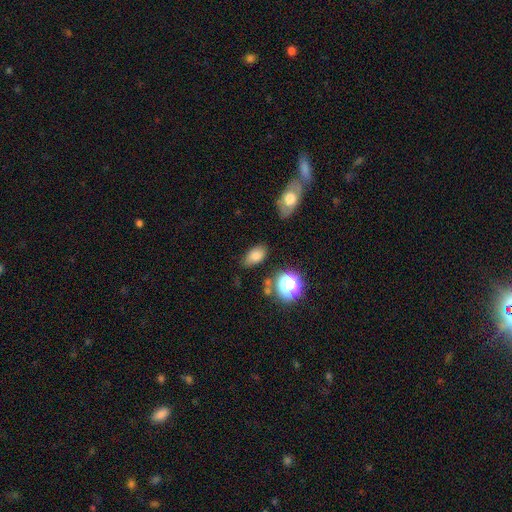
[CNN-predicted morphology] Smooth or featured?
  - smooth: 78% *
  - star or artifact: 13%
  - featured or disk: 9%
How rounded?
  - in between: 87% *
  - round: 10%
  - cigar-shaped: 2%
Merging?
  - none: 73% *
  - minor disturbance: 18%
  - major disturbance: 5%
  - merger: 4%